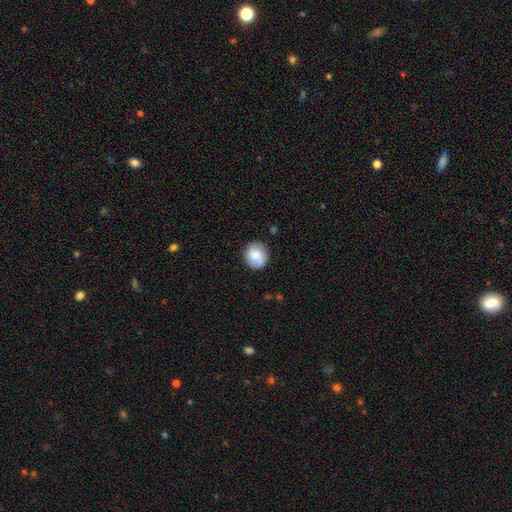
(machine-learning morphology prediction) A smooth galaxy with no disk features (65%) that is round (81%).

Vote fractions:
- Smooth or featured? smooth: 65% / featured or disk: 28% / star or artifact: 8%
- How rounded? round: 81% / in between: 18% / cigar-shaped: 1%
- Merging? none: 80% / minor disturbance: 14% / major disturbance: 4% / merger: 2%